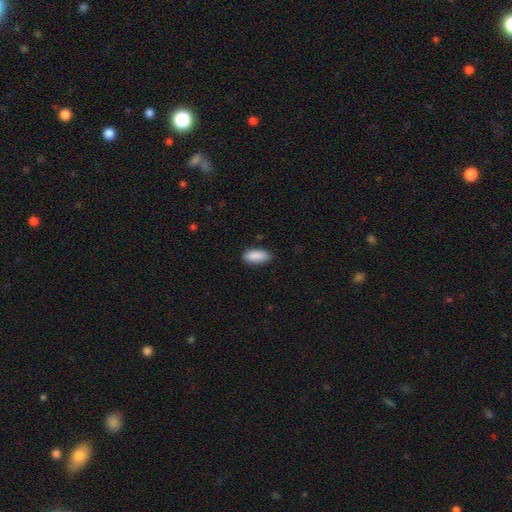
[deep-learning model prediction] smooth 90%, star or artifact 6%, featured or disk 4%. Down the decision tree: how rounded — in between (84%); merging — none (82%).